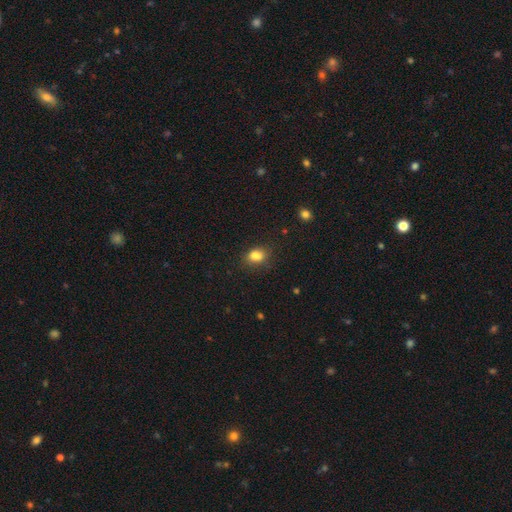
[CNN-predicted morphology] A smooth galaxy with no disk features (82%) that is in between round and cigar-shaped (62%).

Vote fractions:
- Smooth or featured? smooth: 82% / star or artifact: 11% / featured or disk: 6%
- How rounded? in between: 62% / round: 37% / cigar-shaped: 1%
- Merging? none: 70% / minor disturbance: 18% / merger: 7% / major disturbance: 5%